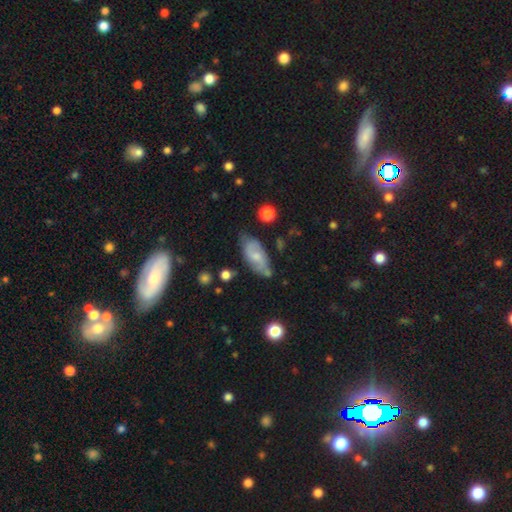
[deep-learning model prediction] Morphology: type=featured or disk (50%); edge-on=no (89%); merging=none (63%).